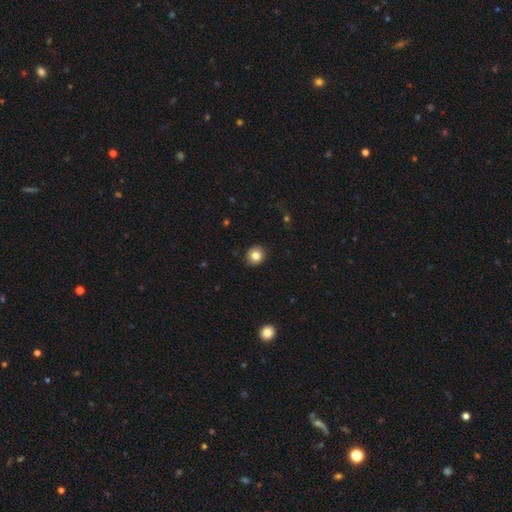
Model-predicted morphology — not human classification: A smooth galaxy with no disk features (82%) that is round (88%). Merging: none (91%).